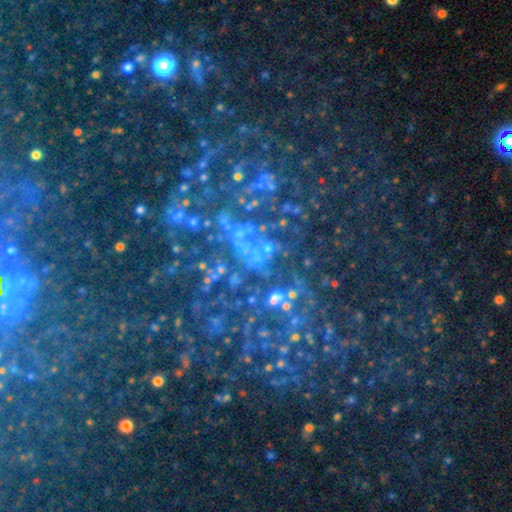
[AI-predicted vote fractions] Q: Smooth or featured?
A: star or artifact (68%); runner-up: smooth (16%)